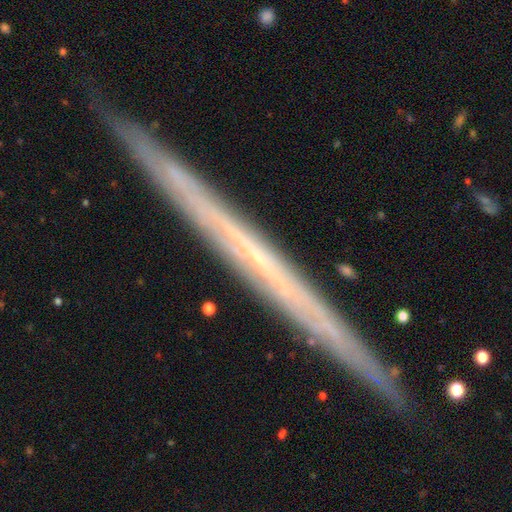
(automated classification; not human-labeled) smooth-or-featured: featured or disk: 73% | smooth: 20% | star or artifact: 7%
  disk-edge-on: yes: 96% | no: 4%
    edge-on-bulge: none: 86% | rounded: 10% | boxy: 4%
  merging: none: 89% | minor disturbance: 8% | major disturbance: 1% | merger: 1%